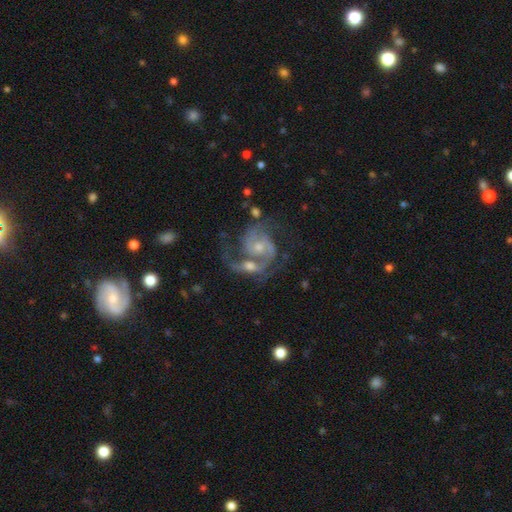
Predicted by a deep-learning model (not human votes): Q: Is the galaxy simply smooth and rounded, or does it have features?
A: featured or disk — 86%.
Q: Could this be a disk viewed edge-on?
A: no — 98%.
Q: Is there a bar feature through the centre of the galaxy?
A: no — 51%.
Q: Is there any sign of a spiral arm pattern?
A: yes — 96%.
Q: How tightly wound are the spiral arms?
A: medium — 51%.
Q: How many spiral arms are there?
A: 2 — 71%.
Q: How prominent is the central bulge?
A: small — 58%.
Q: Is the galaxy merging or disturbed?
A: none — 43%.